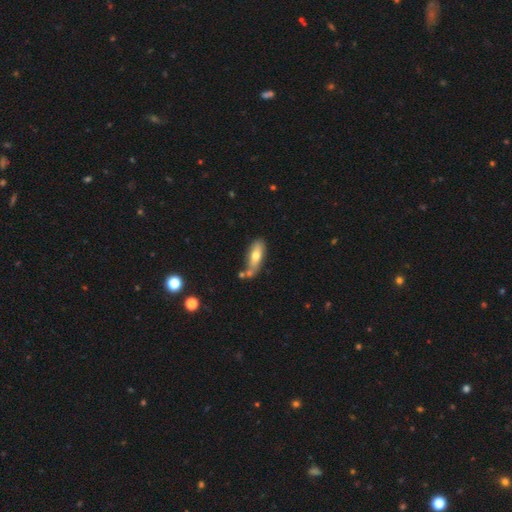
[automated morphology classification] A smooth galaxy with no disk features (65%) that is in between round and cigar-shaped (63%). Merging: none (56%).